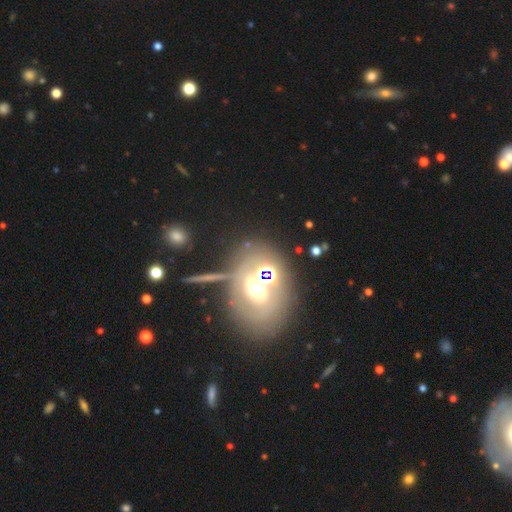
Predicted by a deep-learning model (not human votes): A featured or disk galaxy (58%) with no bar (62%), no spiral arms (60%) and a moderate central bulge (61%). Merging: none (47%).